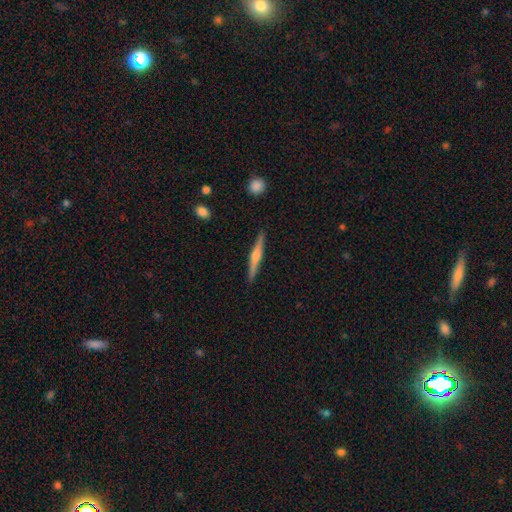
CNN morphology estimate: Smooth or featured? Predicted: featured or disk (p=0.72). Edge-on disk? Predicted: yes (p=0.98). Edge-on bulge? Predicted: rounded (p=0.84). Merging? Predicted: none (p=0.91).